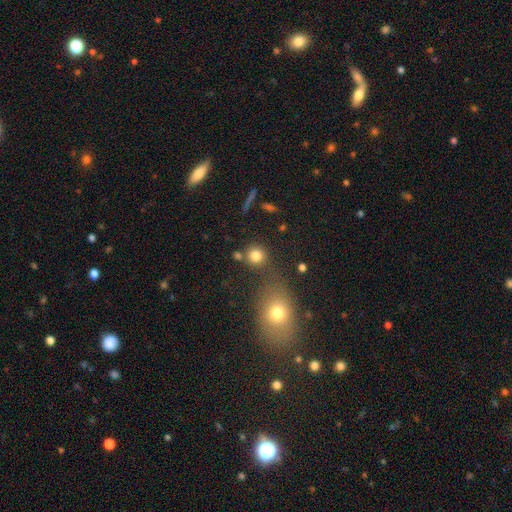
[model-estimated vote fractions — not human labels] Smooth or featured?
  - smooth: 80% *
  - star or artifact: 13%
  - featured or disk: 7%
How rounded?
  - round: 89% *
  - in between: 10%
  - cigar-shaped: 1%
Merging?
  - none: 72% *
  - merger: 15%
  - minor disturbance: 9%
  - major disturbance: 4%